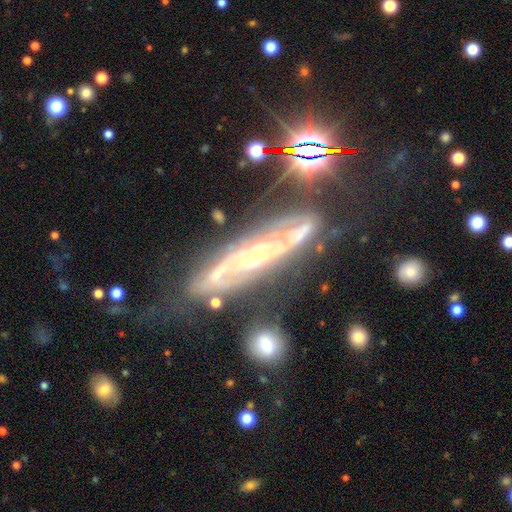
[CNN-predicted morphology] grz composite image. It shows a featured or disk galaxy (82%) with no bar (45%), 2 (68%) medium (43%) spiral arms (92%) and a small central bulge (59%). Merging: none (65%).